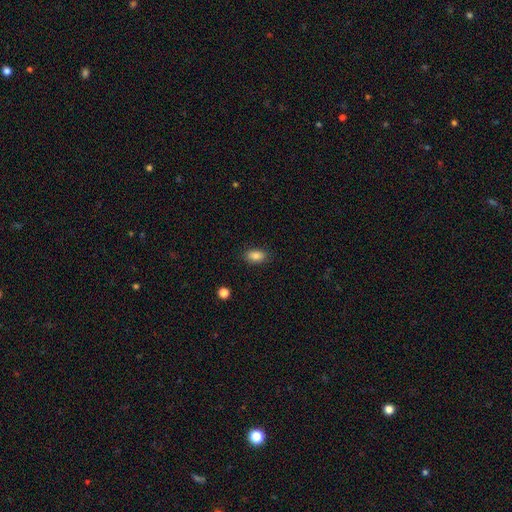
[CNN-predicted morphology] Smooth or featured? smooth (86%)
How rounded? in between (89%)
Merging? none (87%)